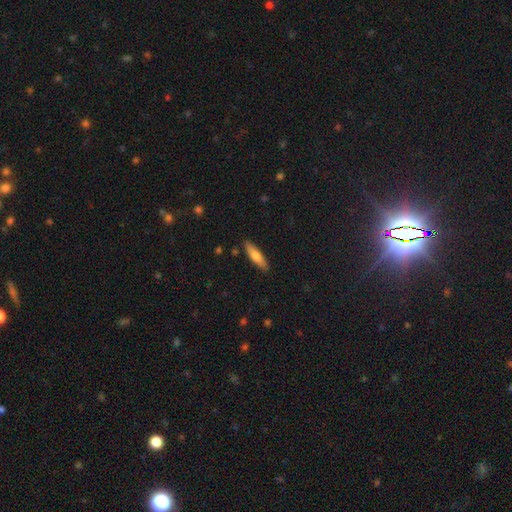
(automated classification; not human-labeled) Morphology: type=smooth (69%); roundness=cigar-shaped (72%); merging=none (88%).